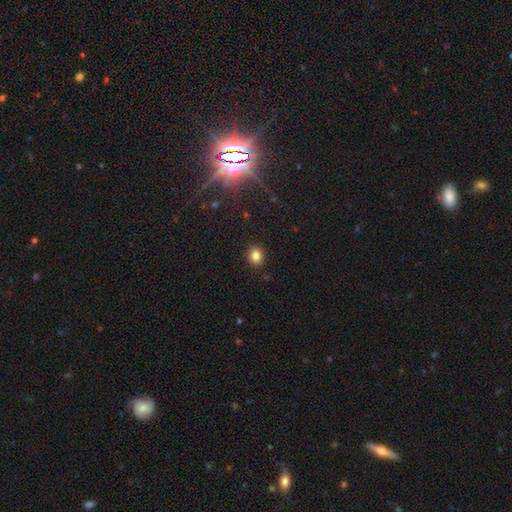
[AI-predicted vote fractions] Smooth or featured?
  - smooth: 83% *
  - star or artifact: 12%
  - featured or disk: 6%
How rounded?
  - round: 65% *
  - in between: 34%
  - cigar-shaped: 1%
Merging?
  - none: 90% *
  - minor disturbance: 7%
  - major disturbance: 2%
  - merger: 1%